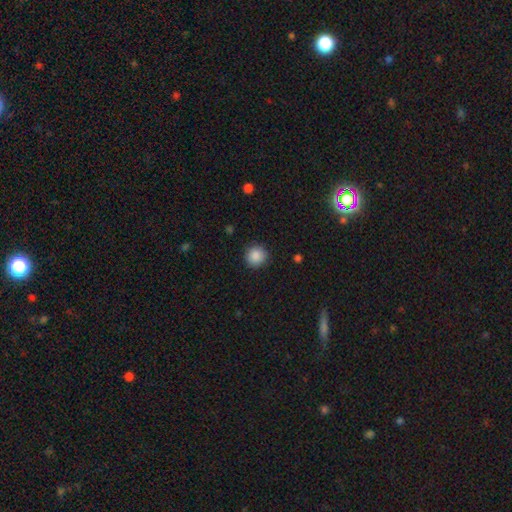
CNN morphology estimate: Q: Smooth or featured?
A: smooth (88%); runner-up: star or artifact (9%)
Q: How rounded?
A: round (93%); runner-up: in between (6%)
Q: Merging?
A: none (90%); runner-up: minor disturbance (7%)